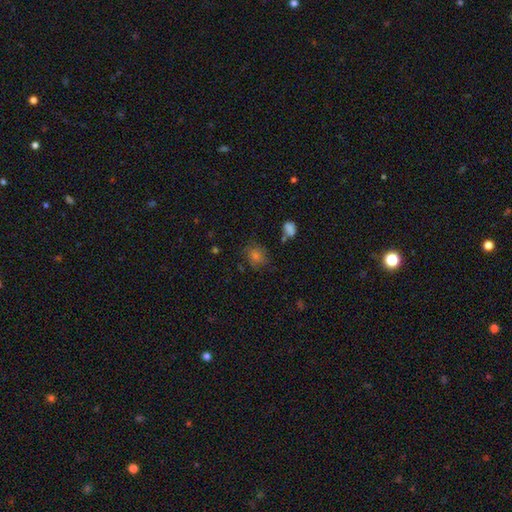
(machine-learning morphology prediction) Overall: smooth (60%; star or artifact 23%). How rounded: round (70%). Merging: none (71%).